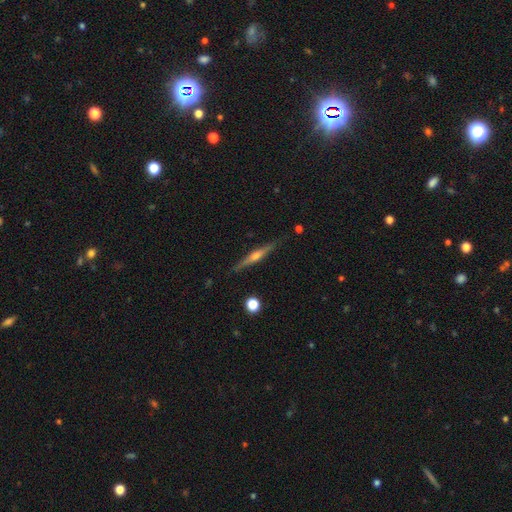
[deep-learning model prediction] The model was most divided on "smooth or featured": featured or disk: 73%, smooth: 21%, star or artifact: 6%. More confident: edge-on disk — yes (98%); merging — none (88%); edge-on bulge — rounded (86%).